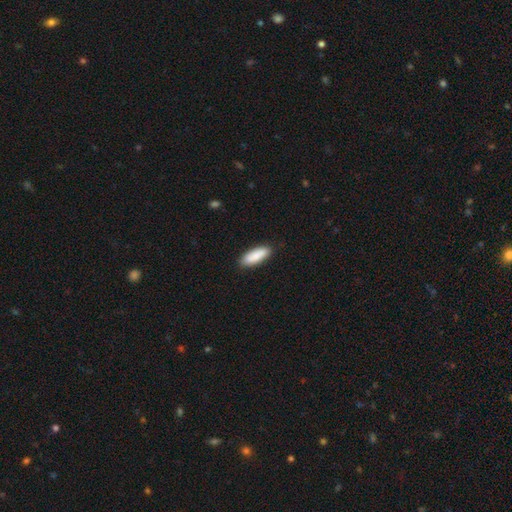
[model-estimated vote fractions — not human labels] This is clearly a smooth galaxy (89%). How rounded: likely in between (61%). Merging: clearly none (88%).